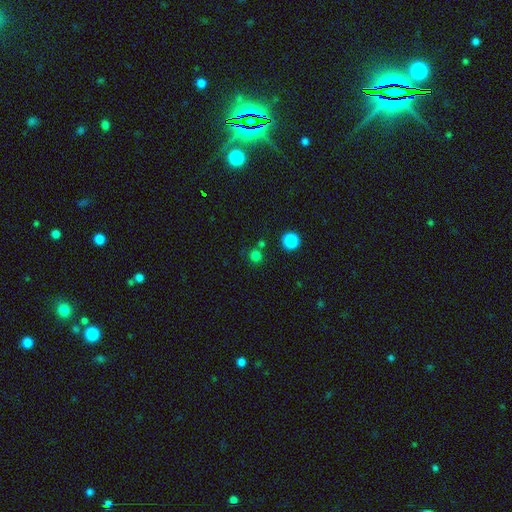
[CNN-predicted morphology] The model was most divided on "smooth or featured": smooth: 75%, star or artifact: 20%, featured or disk: 5%. More confident: how rounded — round (92%); merging — none (74%).